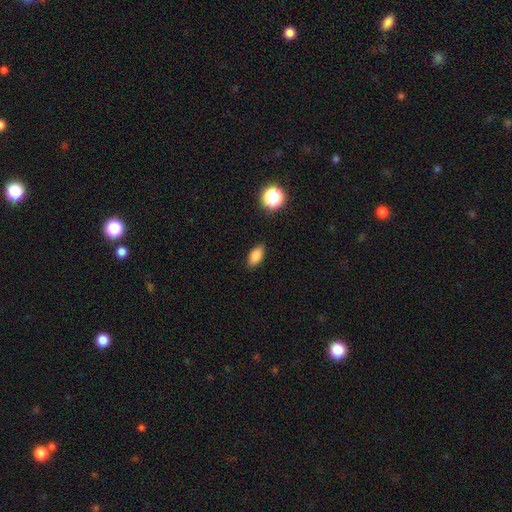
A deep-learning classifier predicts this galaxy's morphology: type=smooth (83%); roundness=in between (86%); merging=none (87%).